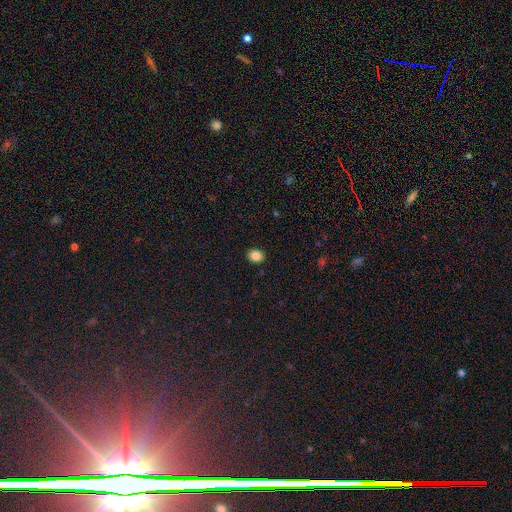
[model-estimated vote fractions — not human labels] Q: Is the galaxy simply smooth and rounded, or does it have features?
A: smooth — 84%.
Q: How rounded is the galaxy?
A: in between — 53%.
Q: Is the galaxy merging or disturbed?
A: none — 91%.